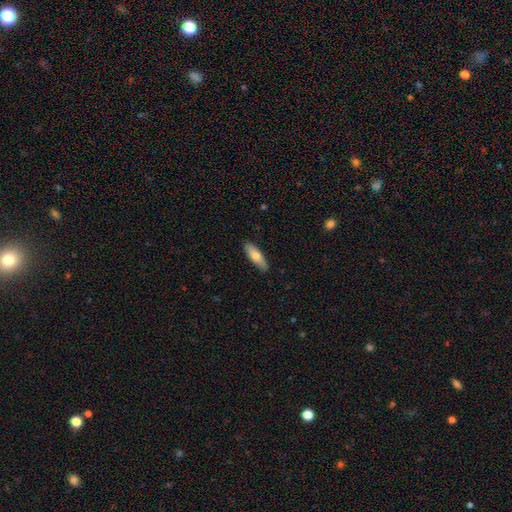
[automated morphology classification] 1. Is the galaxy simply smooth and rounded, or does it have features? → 73% smooth, 21% featured or disk, 6% star or artifact.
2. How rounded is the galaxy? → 49% cigar-shaped (tied), 49% in between (tied), 2% round.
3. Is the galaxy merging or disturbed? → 86% none, 11% minor disturbance, 2% major disturbance, 1% merger.